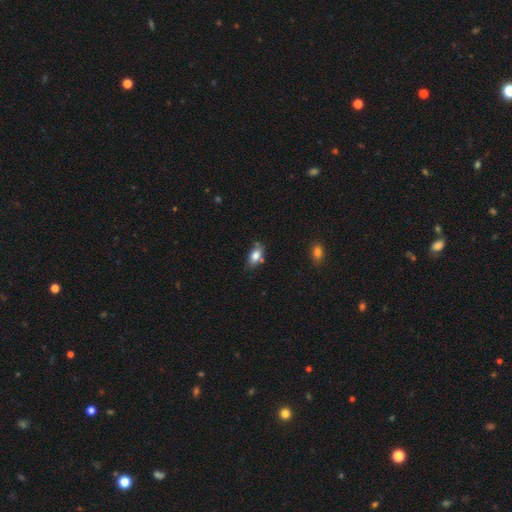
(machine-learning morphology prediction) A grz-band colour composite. It shows a smooth galaxy with no disk features (79%) that is in between round and cigar-shaped (86%). Merging: none (61%).